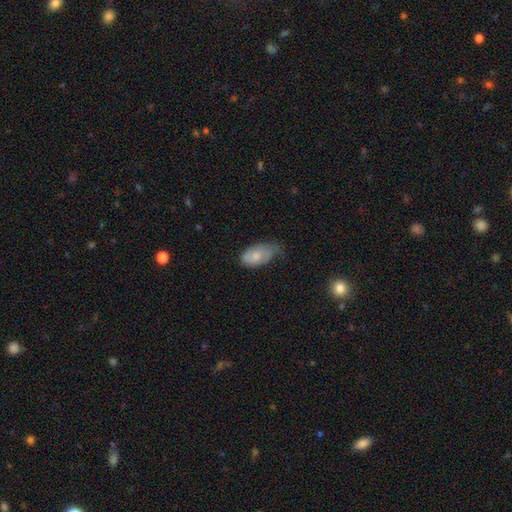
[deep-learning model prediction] Smooth or featured? Predicted: smooth (p=0.70). How rounded? Predicted: in between (p=0.93). Merging? Predicted: minor disturbance (p=0.45).